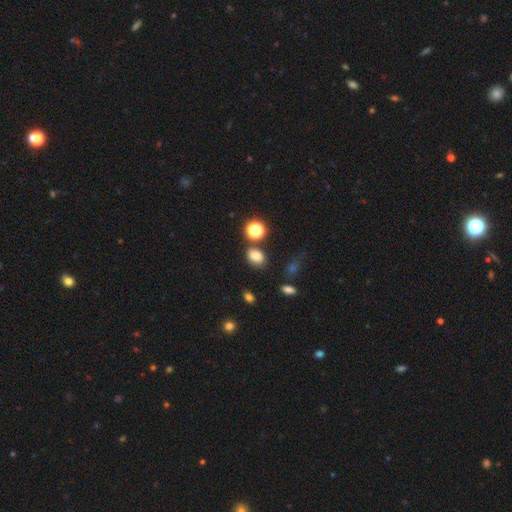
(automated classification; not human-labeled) Smooth or featured? Predicted: smooth (p=0.76). How rounded? Predicted: in between (p=0.61). Merging? Predicted: none (p=0.74).